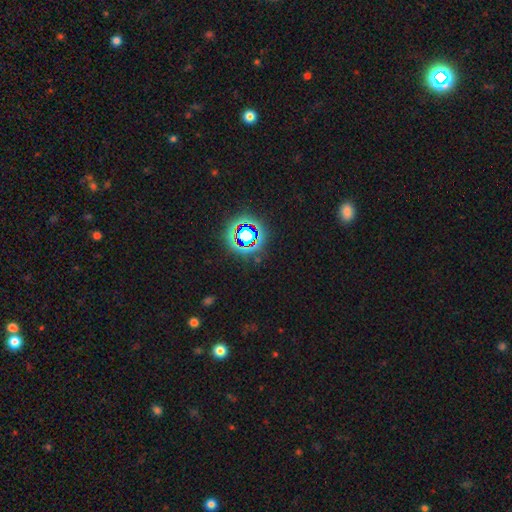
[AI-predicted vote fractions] This is likely a star or artifact rather than a galaxy (71%).